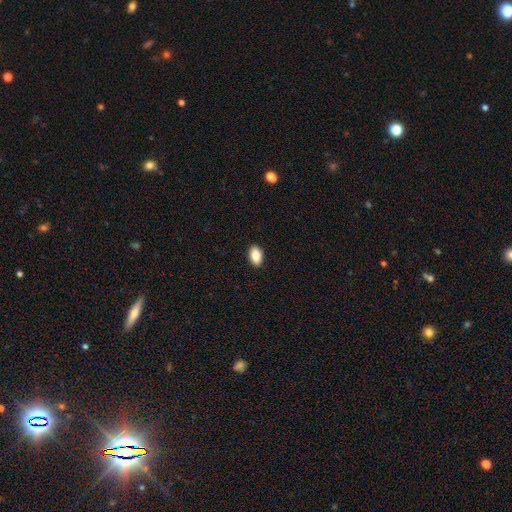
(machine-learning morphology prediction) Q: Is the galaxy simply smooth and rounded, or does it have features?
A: smooth — 86%.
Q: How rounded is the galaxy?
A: in between — 92%.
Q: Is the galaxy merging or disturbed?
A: none — 91%.